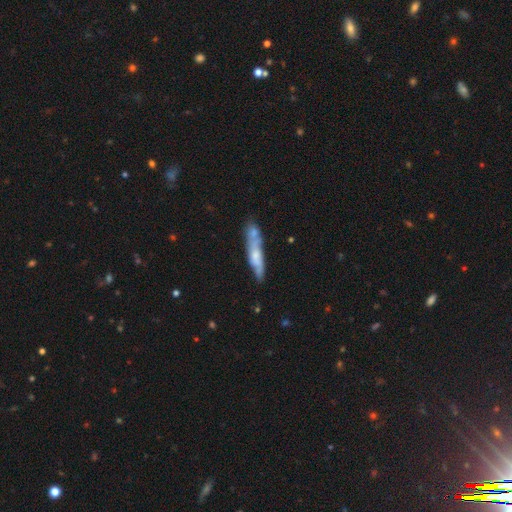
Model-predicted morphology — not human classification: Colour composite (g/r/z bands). It shows a featured or disk galaxy (47%, tied with smooth). Merging: none (52%).